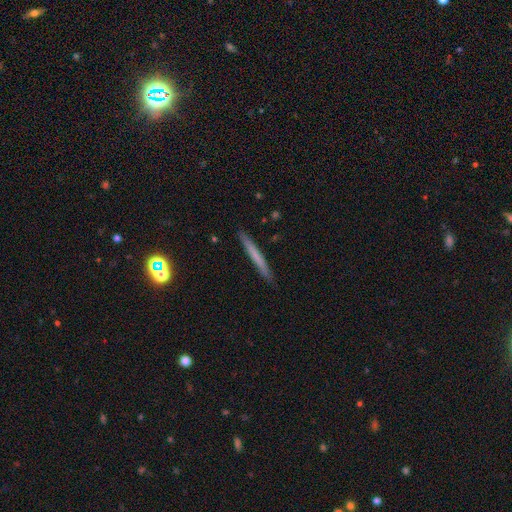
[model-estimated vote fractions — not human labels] Smooth or featured? smooth (60%)
How rounded? cigar-shaped (97%)
Merging? none (91%)